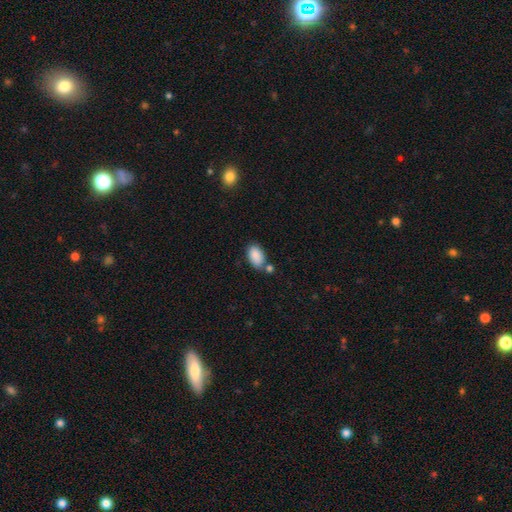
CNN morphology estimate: A smooth galaxy with no disk features (88%) that is in between round and cigar-shaped (93%). Merging: none (63%).